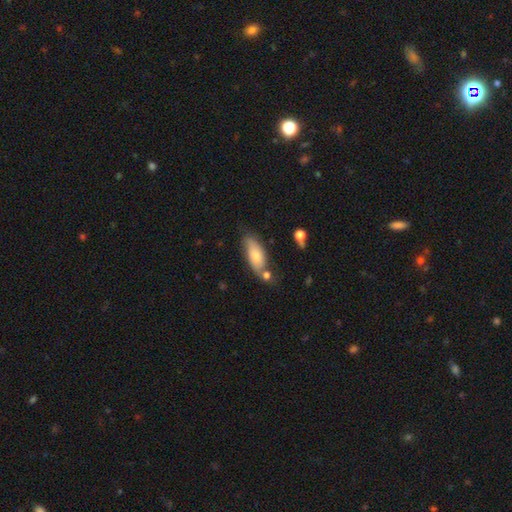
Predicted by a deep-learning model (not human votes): smooth_or_featured: smooth (p=0.70) [alt: featured or disk p=0.23]
how_rounded: in between (p=0.78) [alt: cigar-shaped p=0.20]
merging: none (p=0.58) [alt: minor disturbance p=0.21]